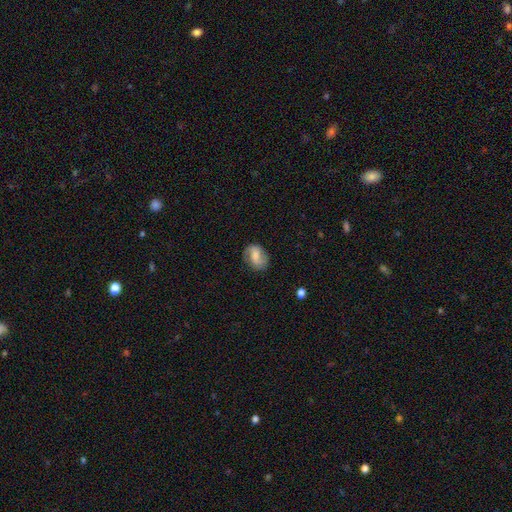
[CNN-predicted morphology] Smooth or featured? Predicted: featured or disk (p=0.52). Edge-on disk? Predicted: no (p=0.97). Bar? Predicted: weak (p=0.44). Spiral arms? Predicted: yes (p=0.87). Bulge size? Predicted: moderate (p=0.44). Merging? Predicted: none (p=0.74).